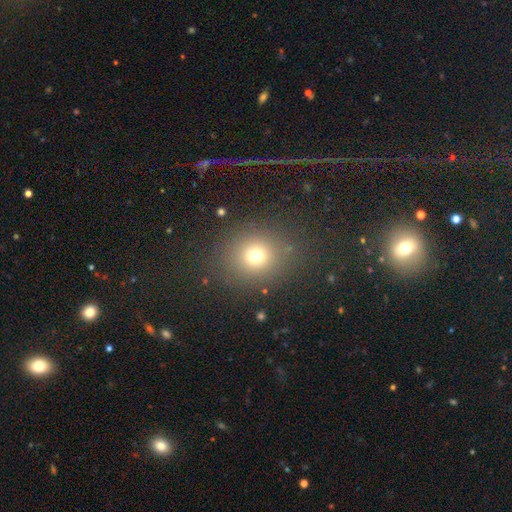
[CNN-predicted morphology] A smooth galaxy with no disk features (70%) that is round (77%). Merging: none (84%).